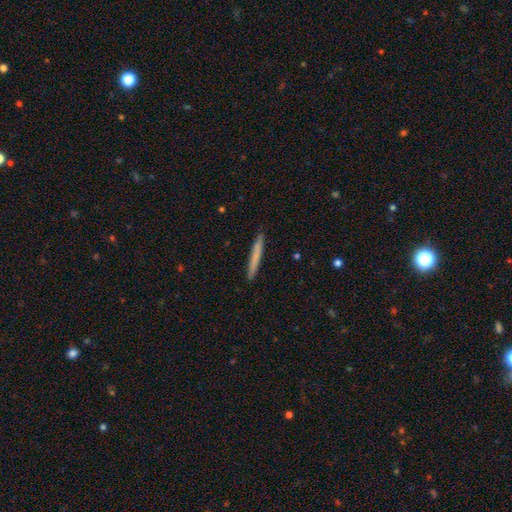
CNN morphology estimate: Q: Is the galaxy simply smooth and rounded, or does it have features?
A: smooth — 69%.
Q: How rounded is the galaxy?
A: cigar-shaped — 97%.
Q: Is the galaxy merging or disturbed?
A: none — 91%.